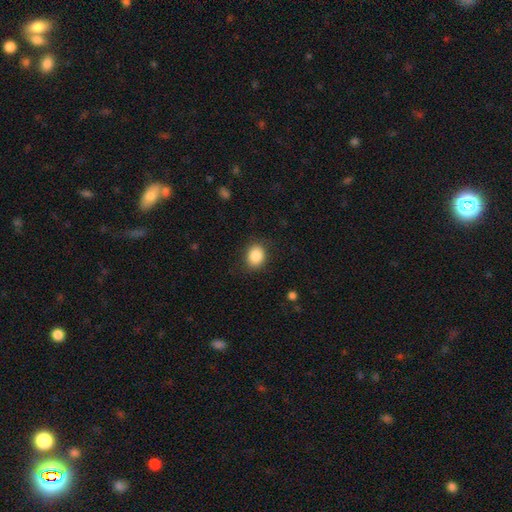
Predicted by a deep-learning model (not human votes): smooth_or_featured: smooth (p=0.86) [alt: star or artifact p=0.08]
how_rounded: round (p=0.53) [alt: in between p=0.46]
merging: none (p=0.85) [alt: minor disturbance p=0.10]